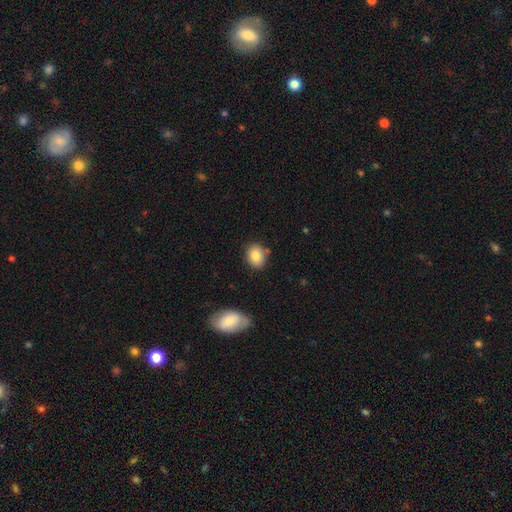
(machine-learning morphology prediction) Smooth or featured? smooth (83%)
How rounded? round (52%)
Merging? none (82%)